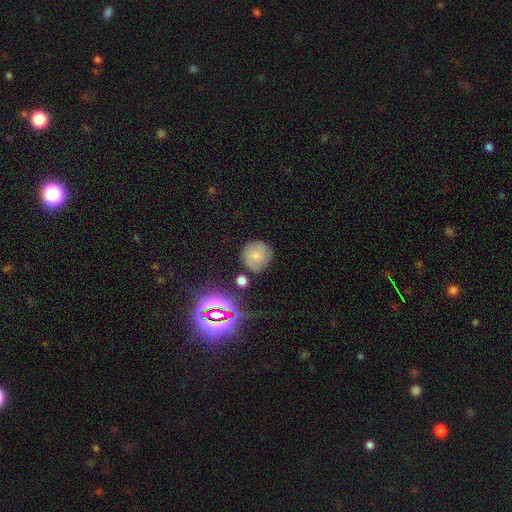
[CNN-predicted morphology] Smooth or featured: smooth — 66% (featured or disk — 20%)
How rounded: round — 92% (in between — 7%)
Merging: none — 76% (minor disturbance — 14%)